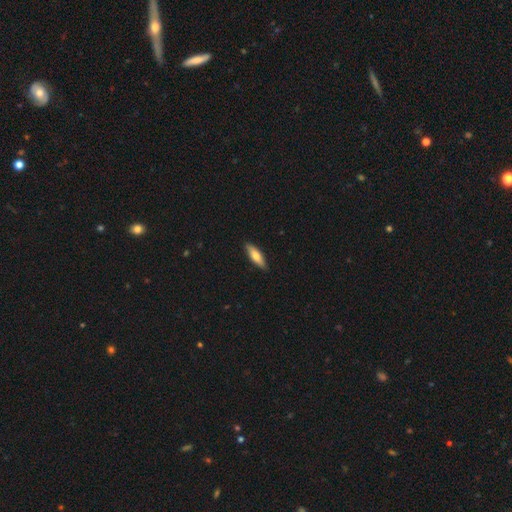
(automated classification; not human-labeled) Smooth or featured: smooth — 68% (featured or disk — 27%)
How rounded: cigar-shaped — 57% (in between — 41%)
Merging: none — 88% (minor disturbance — 9%)